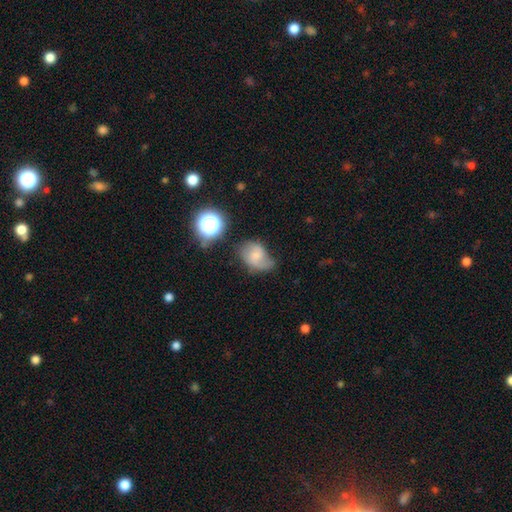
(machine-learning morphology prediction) type=smooth (52%); roundness=in between (69%); merging=minor disturbance (37%).